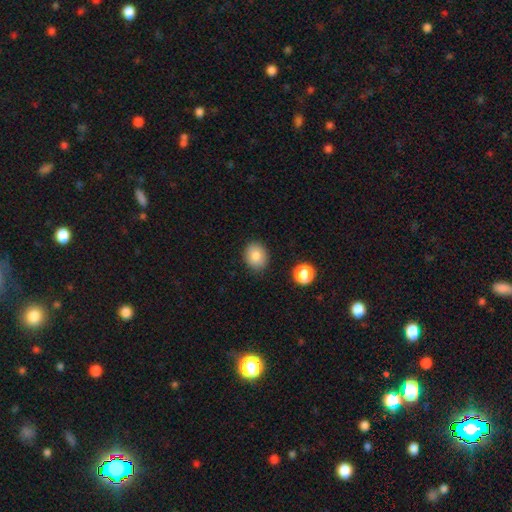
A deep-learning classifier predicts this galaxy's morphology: Smooth or featured? smooth (84%)
How rounded? round (57%)
Merging? none (86%)